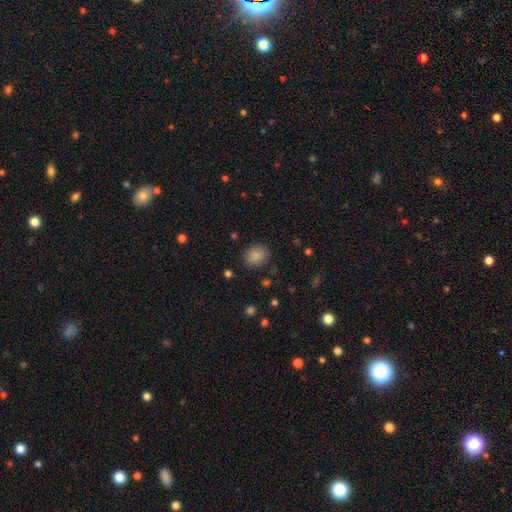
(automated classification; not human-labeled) This is clearly a smooth galaxy (86%). How rounded: likely round (62%). Merging: clearly none (85%).